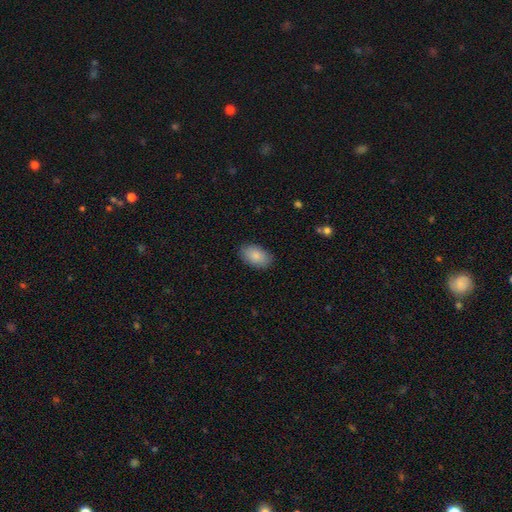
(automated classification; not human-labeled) Morphology: type=smooth (87%); roundness=in between (92%); merging=none (87%).